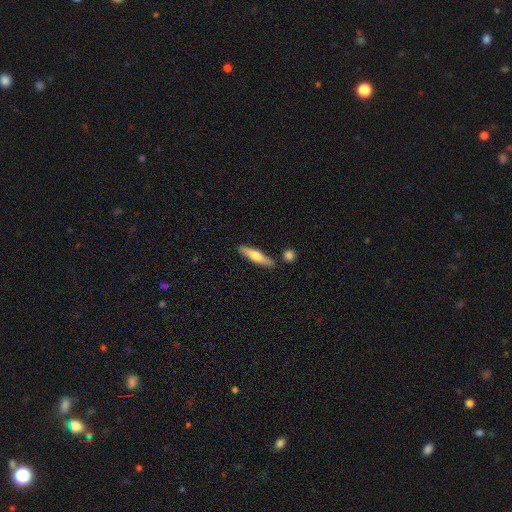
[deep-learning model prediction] A smooth galaxy with no disk features (57%) that is cigar-shaped (81%).

Vote fractions:
- Smooth or featured? smooth: 57% / featured or disk: 38% / star or artifact: 6%
- How rounded? cigar-shaped: 81% / in between: 17% / round: 2%
- Merging? none: 82% / minor disturbance: 10% / merger: 6% / major disturbance: 2%